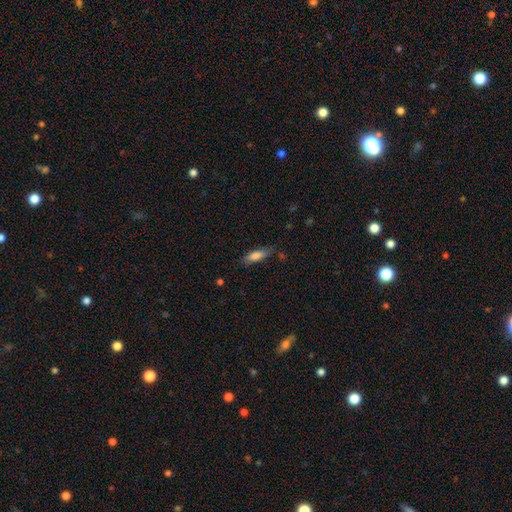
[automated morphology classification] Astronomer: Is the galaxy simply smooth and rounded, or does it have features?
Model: smooth — 79%.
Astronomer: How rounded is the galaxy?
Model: in between — 51% (runner-up: cigar-shaped, 47%).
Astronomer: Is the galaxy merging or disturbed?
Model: none — 72%.